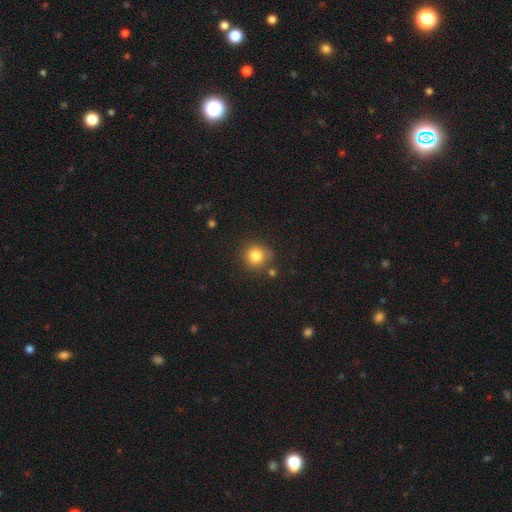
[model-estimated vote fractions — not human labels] Smooth or featured? Predicted: smooth (p=0.82). How rounded? Predicted: round (p=0.91). Merging? Predicted: none (p=0.79).